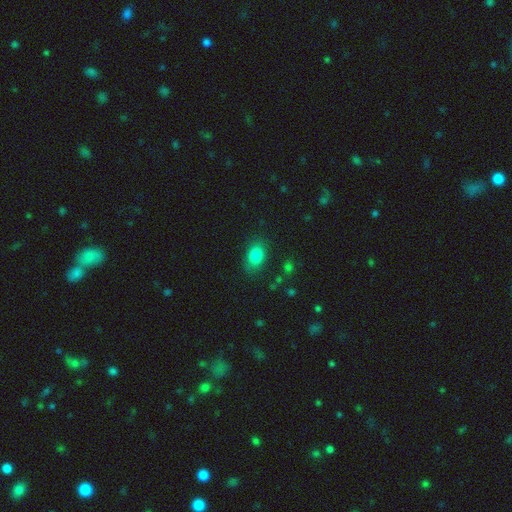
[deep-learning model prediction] smooth_or_featured: smooth (p=0.83) [alt: star or artifact p=0.10]
how_rounded: in between (p=0.78) [alt: round p=0.21]
merging: none (p=0.81) [alt: minor disturbance p=0.14]